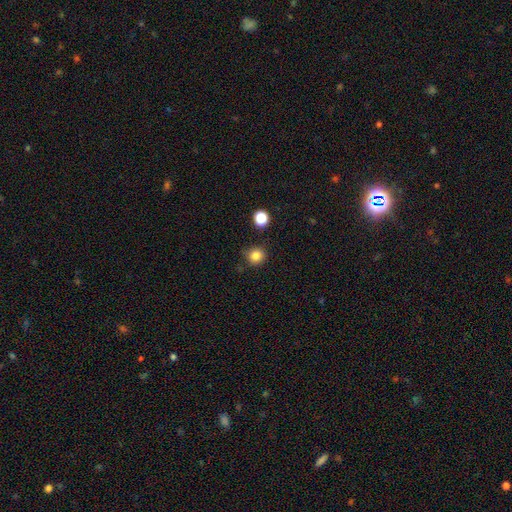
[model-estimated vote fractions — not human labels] smooth 83%, star or artifact 12%, featured or disk 4%. Down the decision tree: how rounded — round (89%); merging — none (81%).